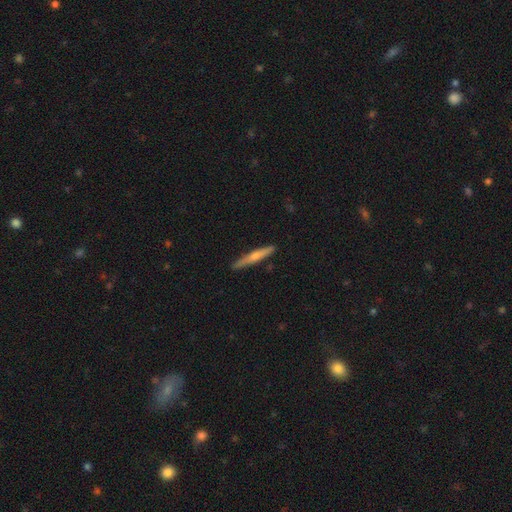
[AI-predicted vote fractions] The model was most divided on "smooth or featured": featured or disk: 54%, smooth: 39%, star or artifact: 6%. More confident: edge-on disk — yes (96%); merging — none (91%); edge-on bulge — rounded (73%).